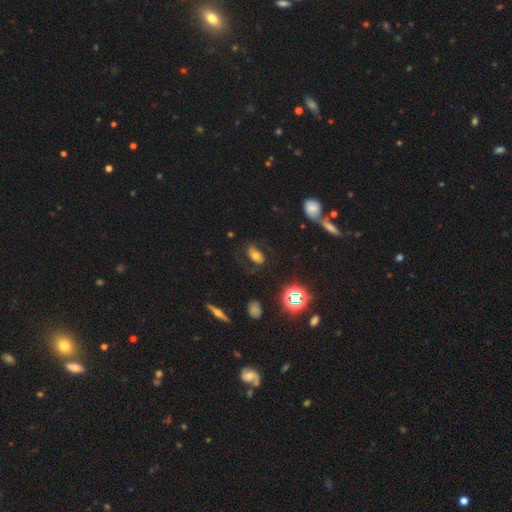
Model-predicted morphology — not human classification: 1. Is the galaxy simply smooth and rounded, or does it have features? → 48% smooth, 35% featured or disk, 17% star or artifact.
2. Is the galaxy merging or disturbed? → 63% none, 18% minor disturbance, 16% major disturbance, 3% merger.